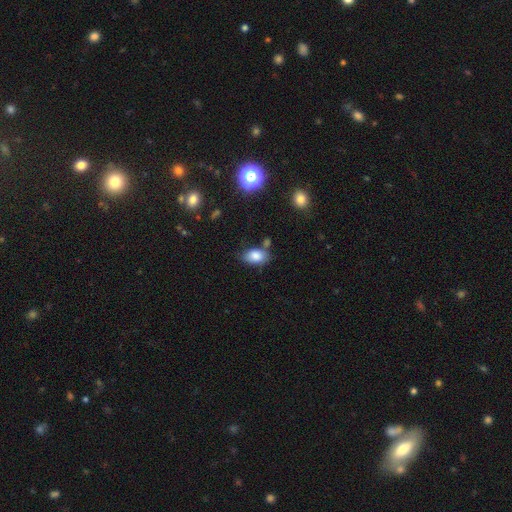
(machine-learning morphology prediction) Smooth or featured: smooth — 83% (star or artifact — 9%)
How rounded: in between — 90% (round — 9%)
Merging: none — 63% (minor disturbance — 21%)